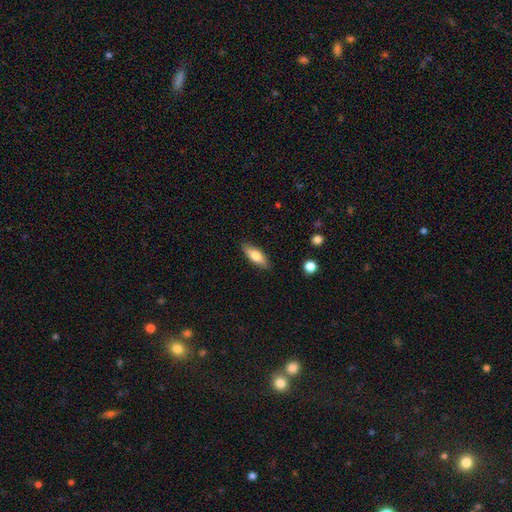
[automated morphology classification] Smooth or featured: smooth — 71% (featured or disk — 23%)
How rounded: in between — 64% (cigar-shaped — 34%)
Merging: none — 86% (minor disturbance — 11%)